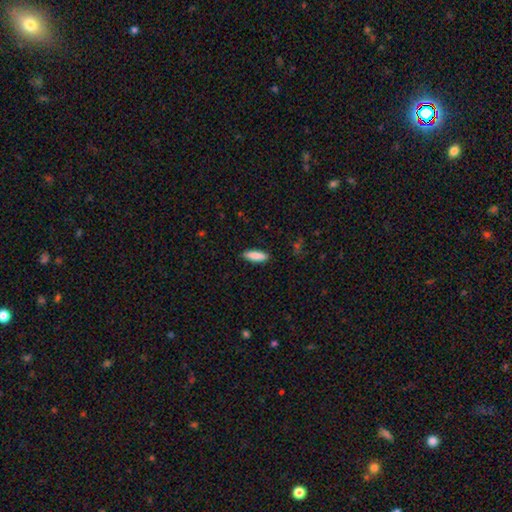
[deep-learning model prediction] smooth_or_featured: smooth (p=0.87) [alt: featured or disk p=0.07]
how_rounded: cigar-shaped (p=0.51) [alt: in between p=0.47]
merging: none (p=0.88) [alt: minor disturbance p=0.09]